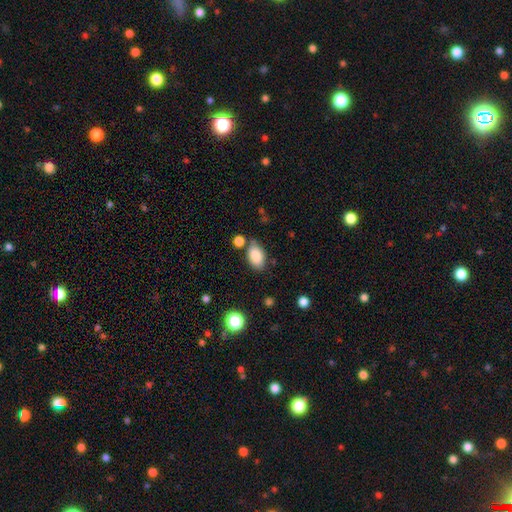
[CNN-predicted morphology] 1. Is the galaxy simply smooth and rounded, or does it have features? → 86% smooth, 8% star or artifact, 6% featured or disk.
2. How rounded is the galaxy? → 92% in between, 7% round, 2% cigar-shaped.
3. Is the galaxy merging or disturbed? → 72% none, 16% minor disturbance, 8% merger, 4% major disturbance.